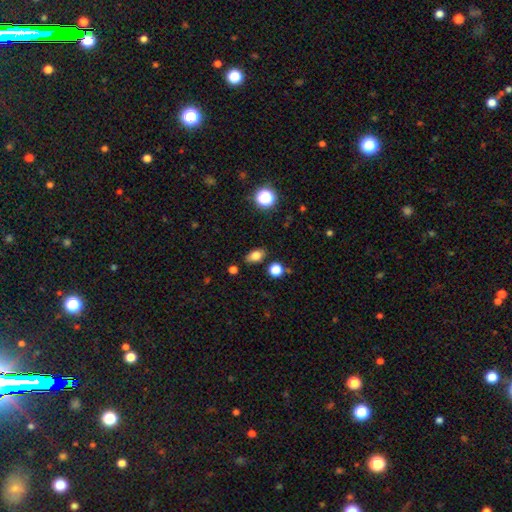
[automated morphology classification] smooth 79%, star or artifact 12%, featured or disk 9%. Down the decision tree: how rounded — in between (81%); merging — none (82%).